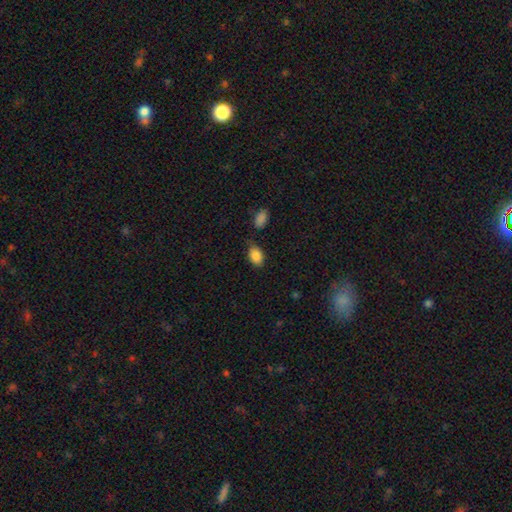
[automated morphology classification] smooth-or-featured: smooth: 87% | star or artifact: 8% | featured or disk: 5%
  how-rounded: in between: 86% | round: 13% | cigar-shaped: 1%
  merging: none: 67% | minor disturbance: 21% | merger: 7% | major disturbance: 5%